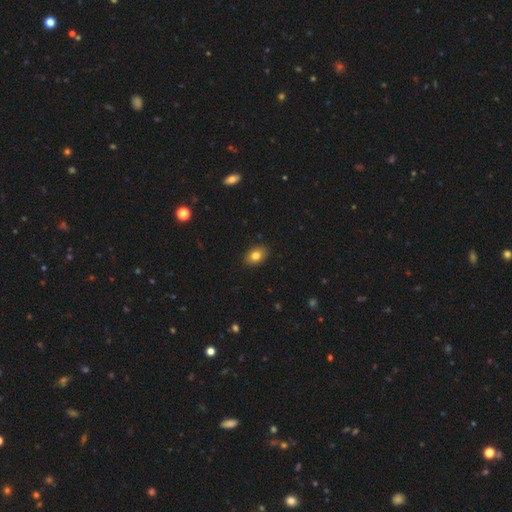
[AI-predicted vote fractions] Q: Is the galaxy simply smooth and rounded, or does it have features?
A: smooth — 82%.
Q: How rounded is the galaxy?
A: in between — 78%.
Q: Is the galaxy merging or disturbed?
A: none — 90%.